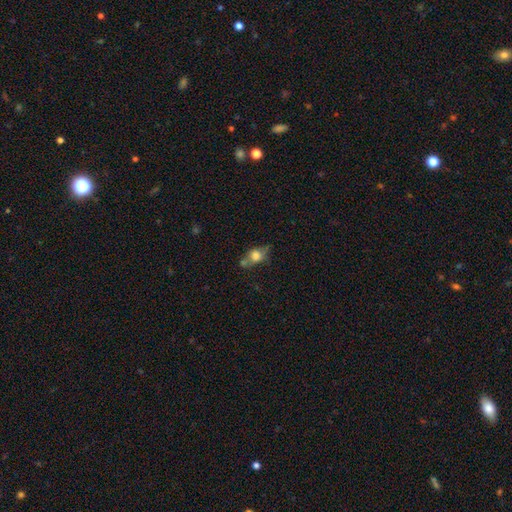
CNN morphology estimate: Smooth or featured?
  - smooth: 64% *
  - featured or disk: 25%
  - star or artifact: 10%
How rounded?
  - in between: 60% *
  - round: 33%
  - cigar-shaped: 7%
Merging?
  - none: 48% *
  - minor disturbance: 23%
  - merger: 20%
  - major disturbance: 9%